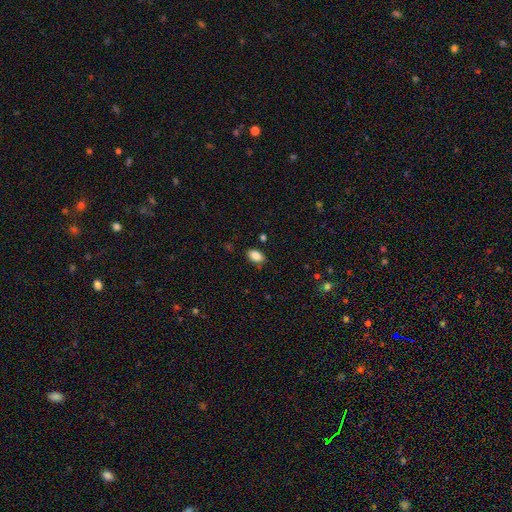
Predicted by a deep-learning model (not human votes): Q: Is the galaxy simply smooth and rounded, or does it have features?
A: smooth — 87%.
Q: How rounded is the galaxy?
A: in between — 90%.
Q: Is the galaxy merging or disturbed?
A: none — 83%.